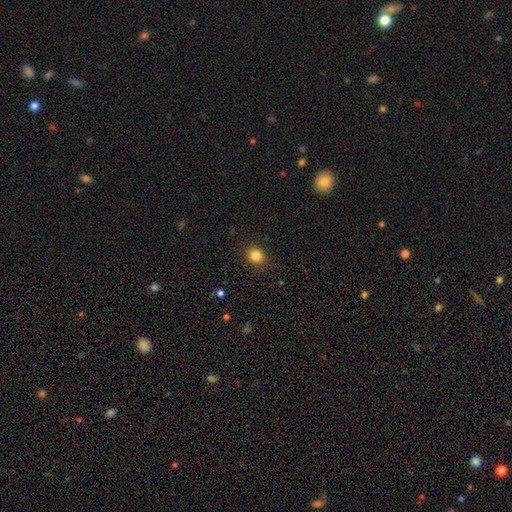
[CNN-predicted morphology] Smooth or featured: smooth — 84% (star or artifact — 11%)
How rounded: round — 71% (in between — 28%)
Merging: none — 88% (minor disturbance — 8%)